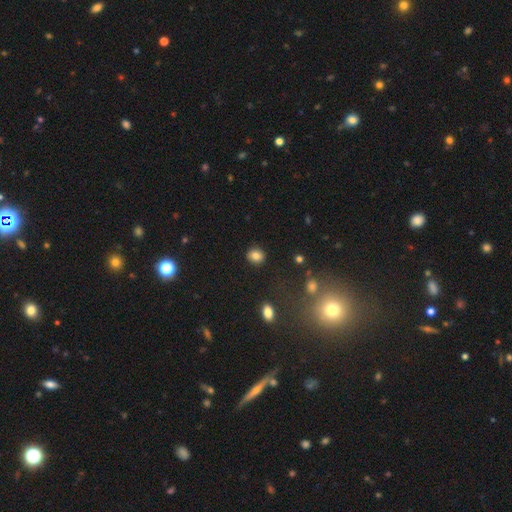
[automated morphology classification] smooth-or-featured: smooth: 83% | star or artifact: 10% | featured or disk: 6%
  how-rounded: round: 66% | in between: 33% | cigar-shaped: 1%
  merging: none: 89% | minor disturbance: 7% | major disturbance: 2% | merger: 2%